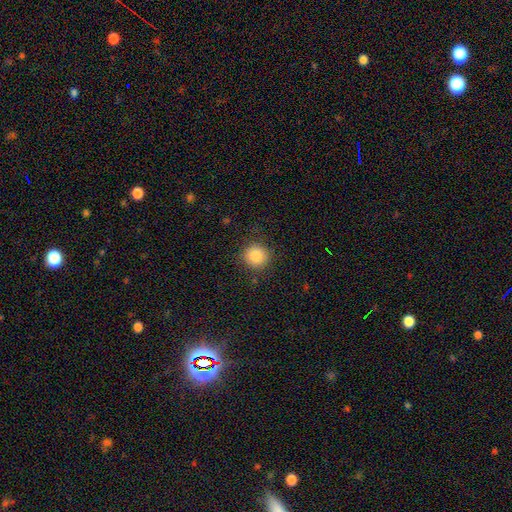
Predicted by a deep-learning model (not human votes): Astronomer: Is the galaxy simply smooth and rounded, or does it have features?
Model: smooth — 85%.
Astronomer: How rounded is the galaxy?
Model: round — 92%.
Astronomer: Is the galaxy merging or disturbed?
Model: none — 87%.